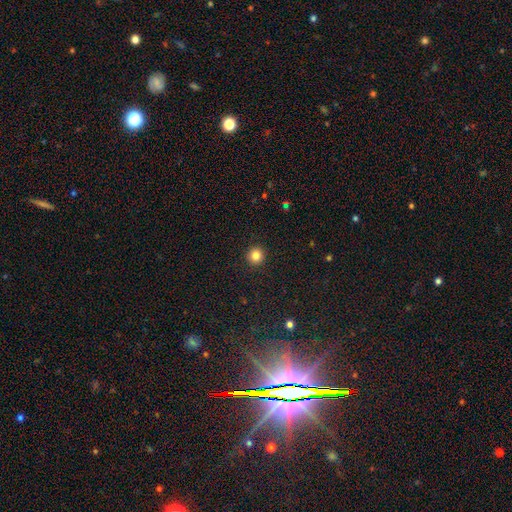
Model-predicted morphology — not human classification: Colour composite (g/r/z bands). It shows a smooth galaxy with no disk features (83%) that is round (95%). Merging: none (93%).